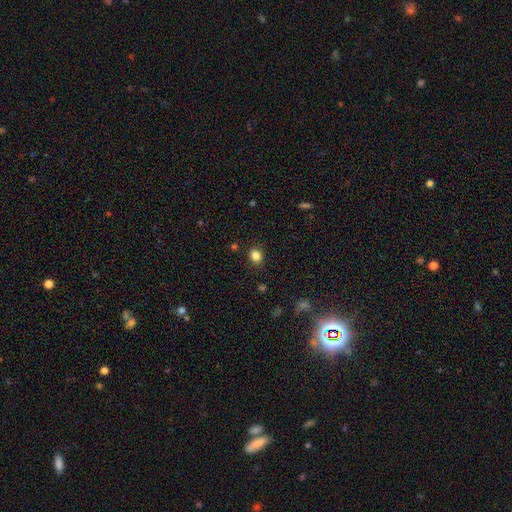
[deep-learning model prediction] Overall: smooth (83%). How rounded: round (73%). Merging: none (88%).